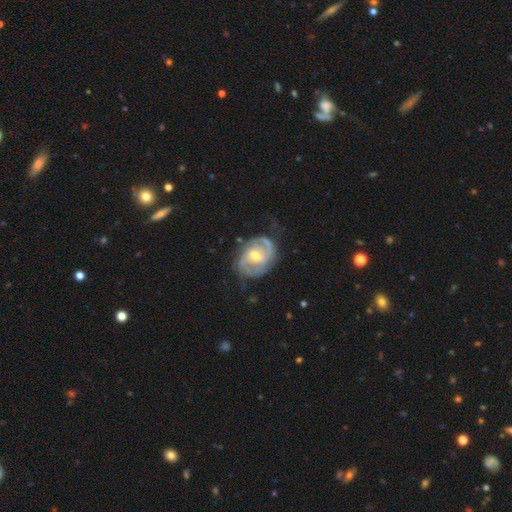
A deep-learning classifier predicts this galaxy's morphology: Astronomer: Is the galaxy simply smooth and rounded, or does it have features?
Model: featured or disk — 87%.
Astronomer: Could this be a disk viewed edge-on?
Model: no — 97%.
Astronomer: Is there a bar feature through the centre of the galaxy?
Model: weak — 55%.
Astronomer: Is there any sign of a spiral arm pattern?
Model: yes — 96%.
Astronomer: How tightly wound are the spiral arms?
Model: tight — 50% (runner-up: medium, 39%).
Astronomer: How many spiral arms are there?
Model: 2 — 62%.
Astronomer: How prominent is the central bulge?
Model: moderate — 68%.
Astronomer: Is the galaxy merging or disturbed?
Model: none — 71%.